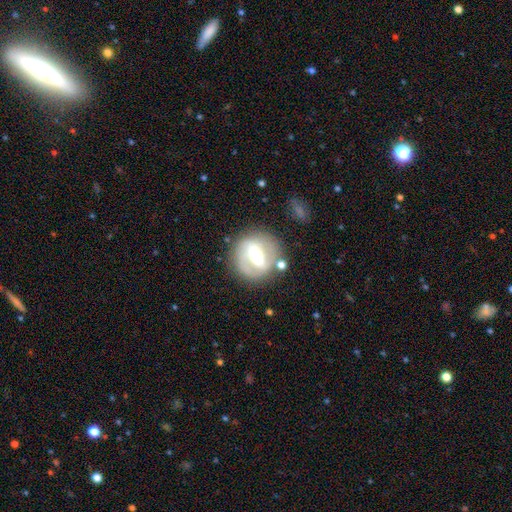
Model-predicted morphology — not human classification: type=featured or disk (69%); edge-on=no (91%); bar=strong (58%); spiral arms=yes (63%); bulge=moderate (61%); merging=none (74%).